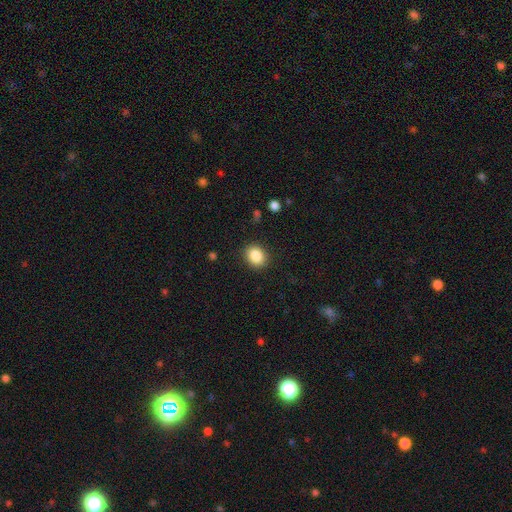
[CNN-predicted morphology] A smooth galaxy with no disk features (87%) that is round (59%). Merging: none (88%).